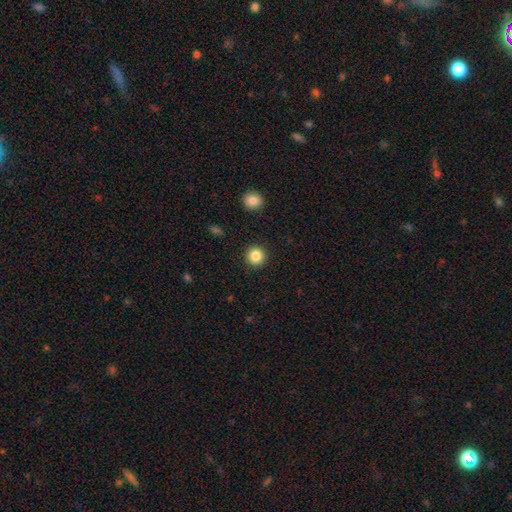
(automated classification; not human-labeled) The model was most divided on "smooth or featured": smooth: 85%, star or artifact: 10%, featured or disk: 5%. More confident: how rounded — round (95%); merging — none (92%).